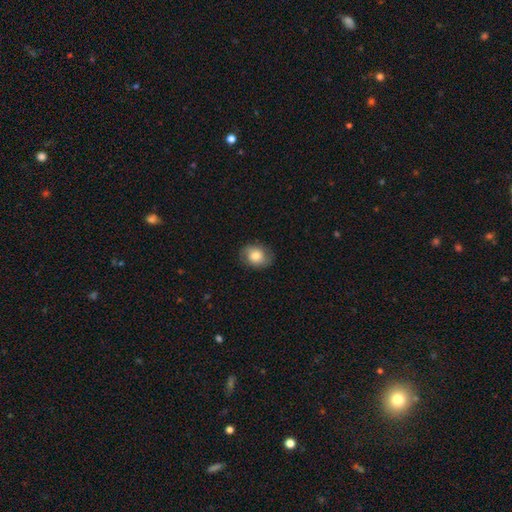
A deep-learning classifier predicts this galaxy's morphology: A smooth galaxy with no disk features (73%) that is in between round and cigar-shaped (55%). Merging: none (80%).